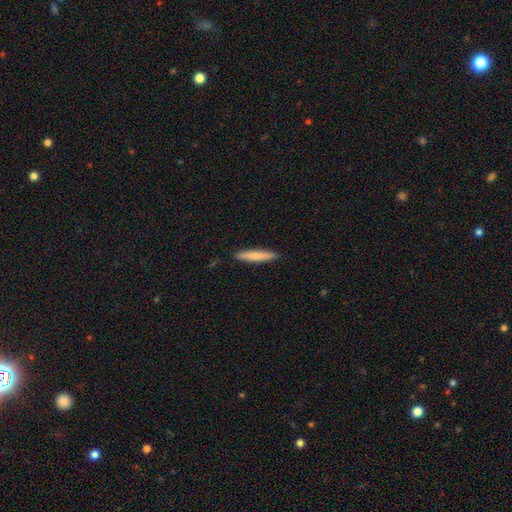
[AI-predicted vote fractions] A smooth galaxy with no disk features (75%) that is cigar-shaped (92%).

Vote fractions:
- Smooth or featured? smooth: 75% / featured or disk: 19% / star or artifact: 5%
- How rounded? cigar-shaped: 92% / in between: 7% / round: 1%
- Merging? none: 91% / minor disturbance: 7% / major disturbance: 1% / merger: 1%